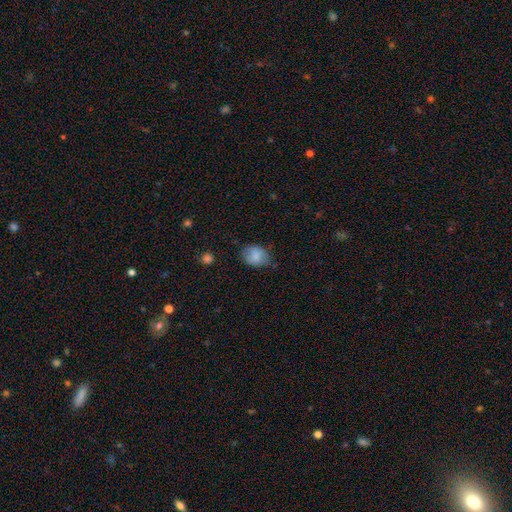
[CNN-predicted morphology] type=smooth (82%); roundness=in between (63%); merging=none (67%).